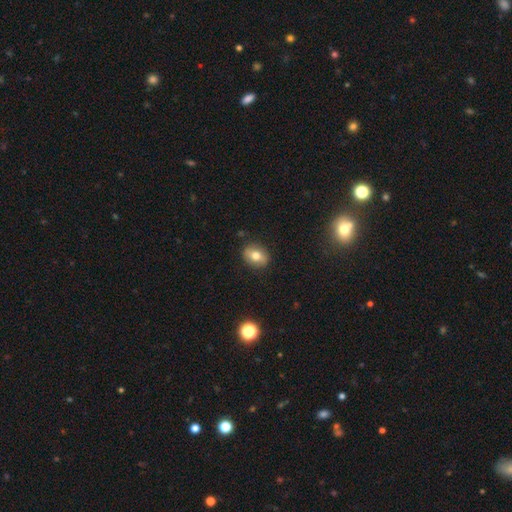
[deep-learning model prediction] Smooth or featured? smooth (71%)
How rounded? in between (60%)
Merging? none (86%)